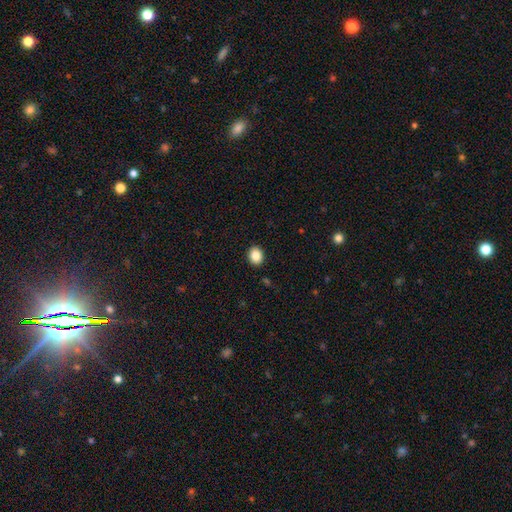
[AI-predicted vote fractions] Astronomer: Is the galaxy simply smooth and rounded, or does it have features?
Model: smooth — 87%.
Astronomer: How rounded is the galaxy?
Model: round — 52% (runner-up: in between, 47%).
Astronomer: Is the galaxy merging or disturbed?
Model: none — 91%.